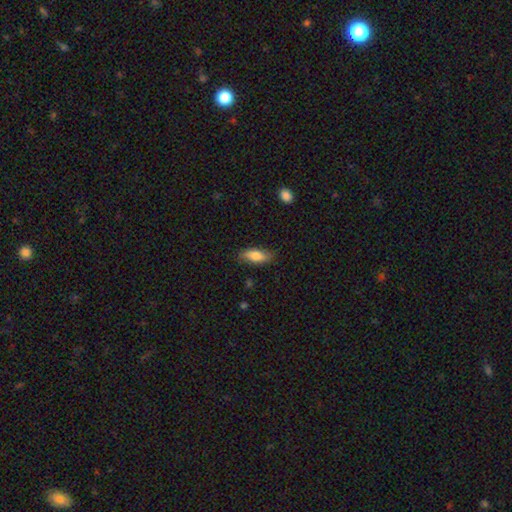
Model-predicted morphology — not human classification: This is likely a smooth galaxy (78%). How rounded: likely in between (77%). Merging: likely none (78%).